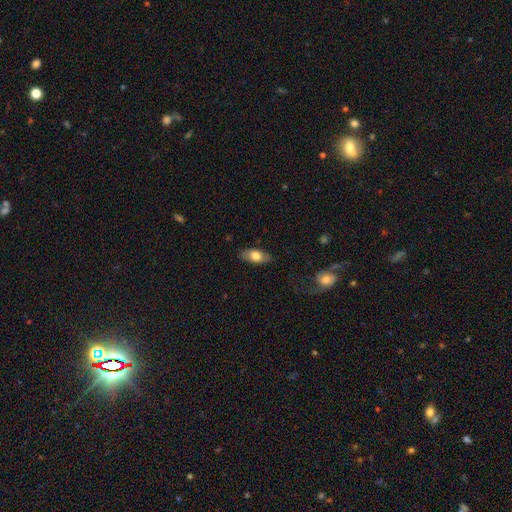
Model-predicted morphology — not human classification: Overall: smooth (70%). How rounded: in between (86%). Merging: none (84%).